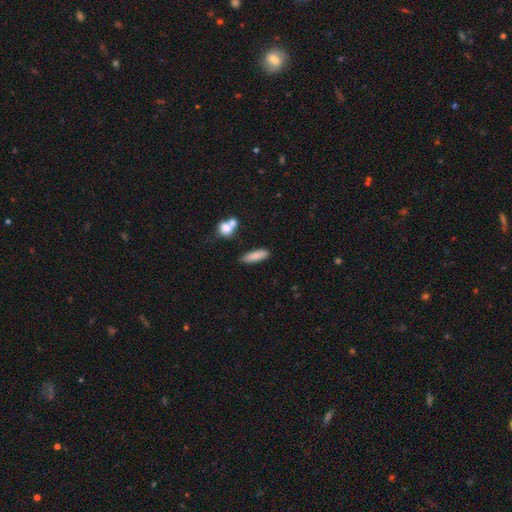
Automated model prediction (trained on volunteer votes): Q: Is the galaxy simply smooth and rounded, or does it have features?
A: smooth — 84%.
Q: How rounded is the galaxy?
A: cigar-shaped — 52%.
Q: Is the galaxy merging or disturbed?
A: none — 80%.